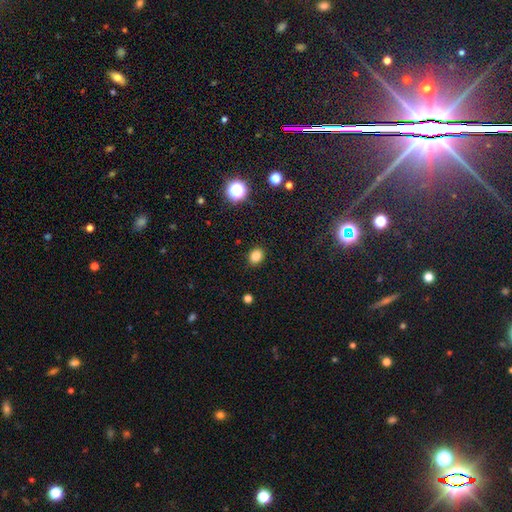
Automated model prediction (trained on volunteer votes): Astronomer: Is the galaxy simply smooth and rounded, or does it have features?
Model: smooth — 82%.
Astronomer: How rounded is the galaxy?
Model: round — 54% (runner-up: in between, 45%).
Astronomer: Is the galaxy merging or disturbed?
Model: none — 89%.